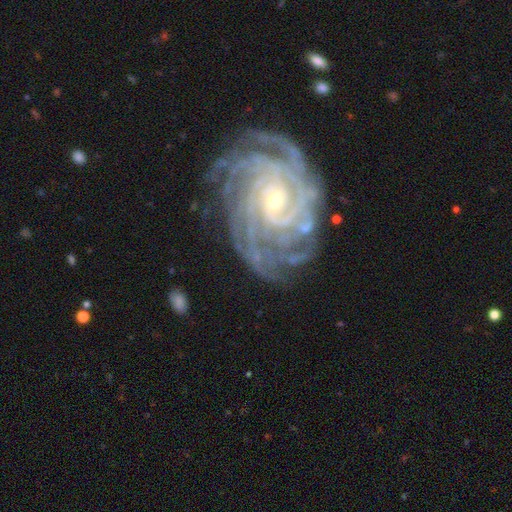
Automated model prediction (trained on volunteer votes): A featured or disk galaxy (91%) with no bar (45%), more than 4 (28%) tight (77%) spiral arms (98%) and a small central bulge (73%).

Vote fractions:
- Smooth or featured? featured or disk: 91% / star or artifact: 5% / smooth: 4%
- Edge-on disk? no: 97% / yes: 3%
- Bar? no: 45% / weak: 40% / strong: 15%
- Spiral arms? yes: 98% / no: 2%
- Spiral winding? tight: 77% / medium: 20% / loose: 3%
- Spiral arm count? more than 4: 28% / 4: 24% / can't tell: 19% / 3: 12% / 2: 9% / 1: 7%
- Bulge size? small: 73% / moderate: 23% / none: 2% / large: 2% / dominant: 1%
- Merging? none: 73% / minor disturbance: 17% / major disturbance: 8% / merger: 2%